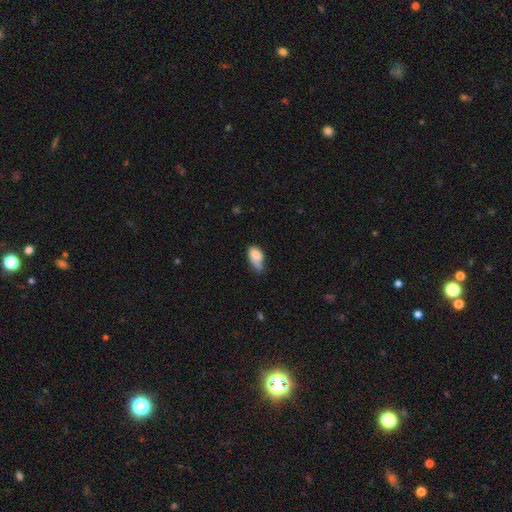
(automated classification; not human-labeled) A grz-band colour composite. It shows a smooth galaxy with no disk features (77%) that is in between round and cigar-shaped (90%). Merging: minor disturbance (40%).